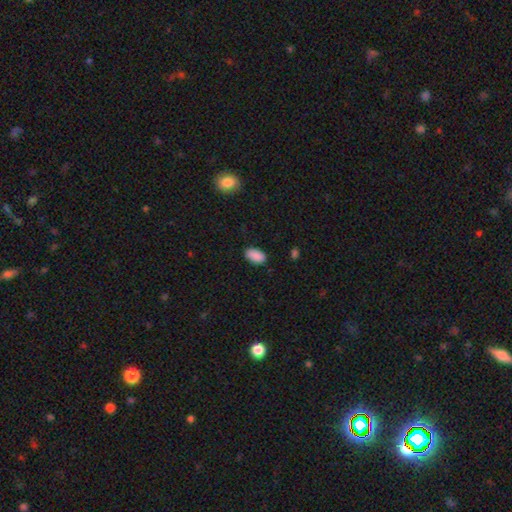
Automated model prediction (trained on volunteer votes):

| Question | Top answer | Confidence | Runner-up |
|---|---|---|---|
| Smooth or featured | smooth | 89% | star or artifact (7%) |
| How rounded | in between | 94% | round (4%) |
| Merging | none | 85% | minor disturbance (12%) |